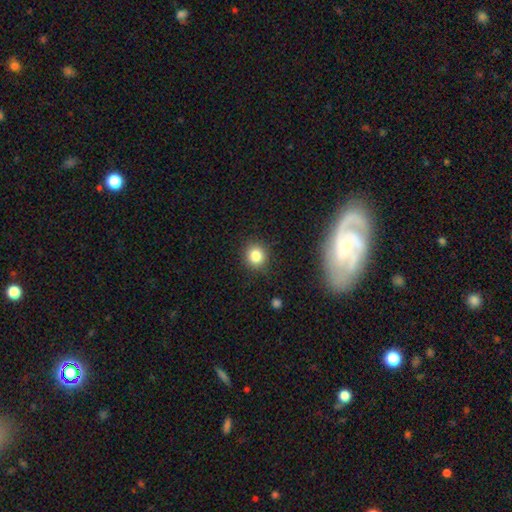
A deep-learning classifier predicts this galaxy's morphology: This appears to be a smooth galaxy with no disk features (82%) that is round (87%). Merging: none (89%).